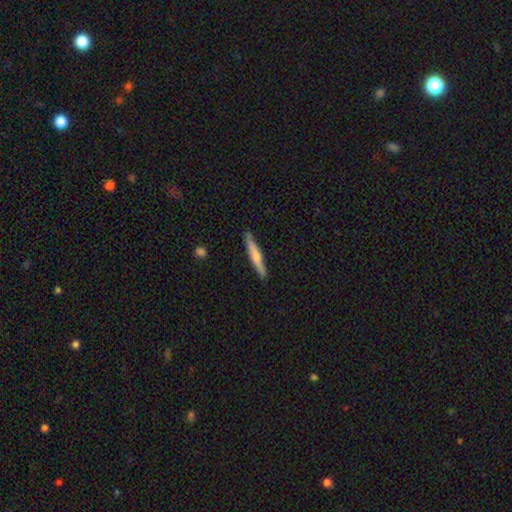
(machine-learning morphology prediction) Smooth or featured? smooth (55%)
How rounded? cigar-shaped (94%)
Merging? none (86%)